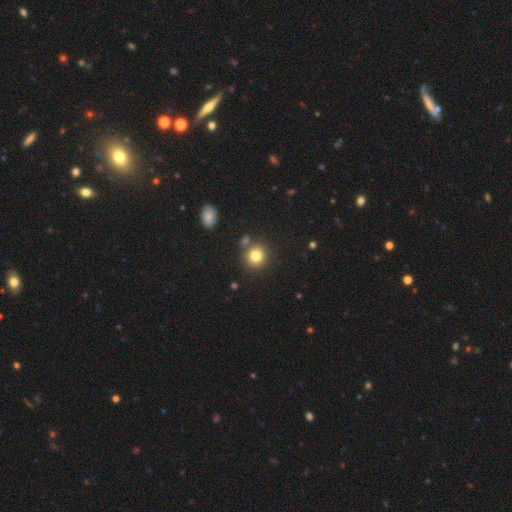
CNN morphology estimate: A smooth galaxy with no disk features (81%) that is round (88%). Merging: none (78%).